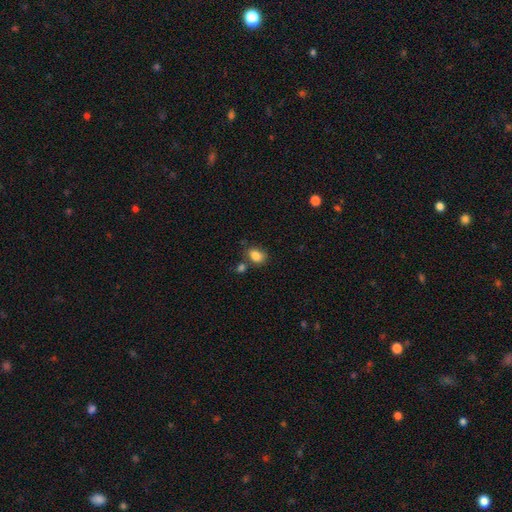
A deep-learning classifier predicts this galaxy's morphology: This appears to be a smooth galaxy with no disk features (85%) that is in between round and cigar-shaped (68%). Merging: none (67%).